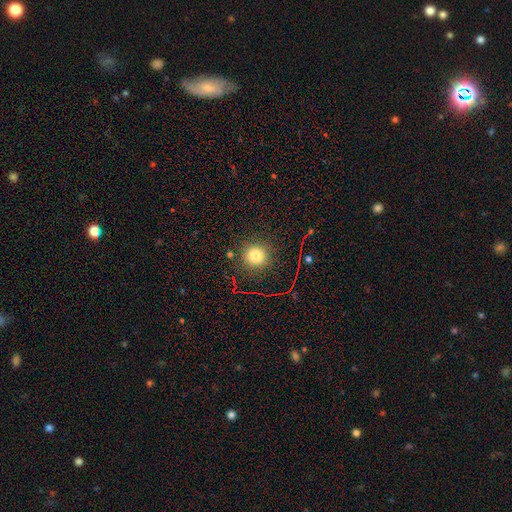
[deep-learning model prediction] Morphology: type=smooth (75%); roundness=round (92%); merging=none (87%).